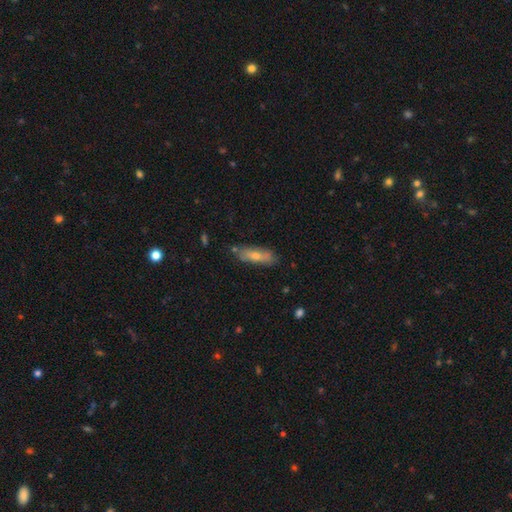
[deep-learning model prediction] smooth_or_featured: smooth (p=0.54) [alt: featured or disk p=0.37]
how_rounded: cigar-shaped (p=0.58) [alt: in between p=0.40]
merging: none (p=0.77) [alt: minor disturbance p=0.16]